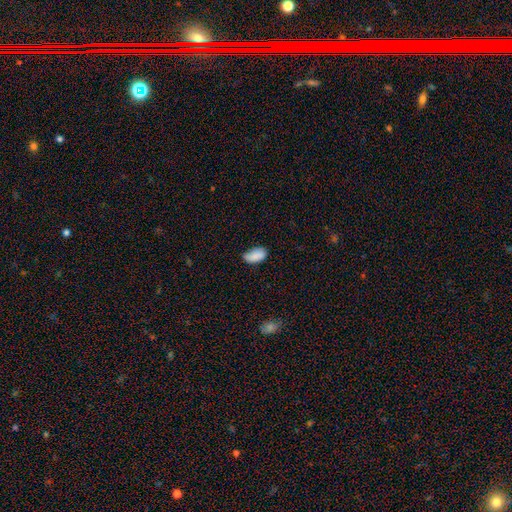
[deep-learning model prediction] Smooth or featured? Predicted: smooth (p=0.87). How rounded? Predicted: in between (p=0.94). Merging? Predicted: none (p=0.64).